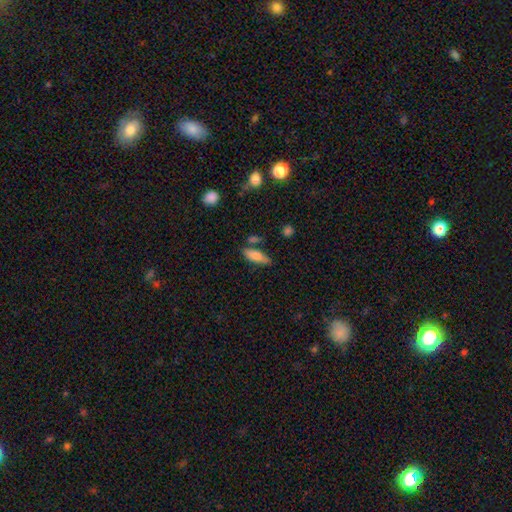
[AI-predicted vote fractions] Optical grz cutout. It shows a smooth galaxy with no disk features (78%) that is in between round and cigar-shaped (64%). Merging: none (70%).